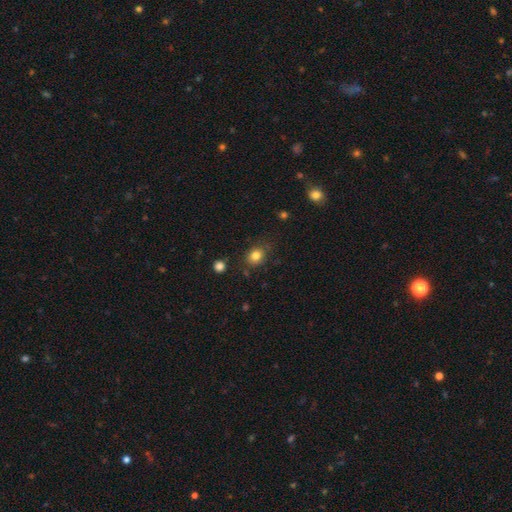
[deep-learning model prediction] This appears to be a smooth galaxy with no disk features (82%) that is round (62%). Merging: none (79%).